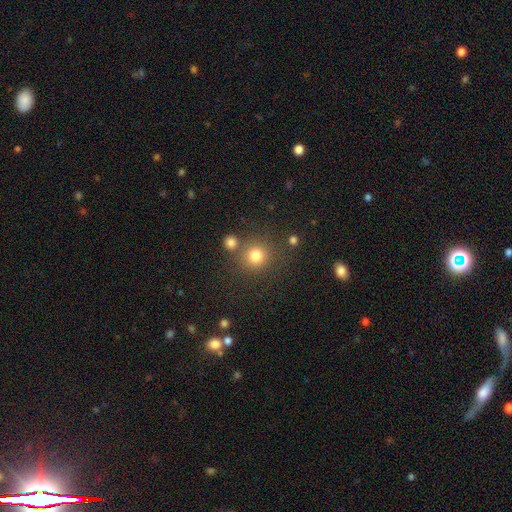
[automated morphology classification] A smooth galaxy with no disk features (79%) that is round (91%).

Vote fractions:
- Smooth or featured? smooth: 79% / star or artifact: 15% / featured or disk: 6%
- How rounded? round: 91% / in between: 8% / cigar-shaped: 1%
- Merging? none: 75% / merger: 12% / minor disturbance: 9% / major disturbance: 4%